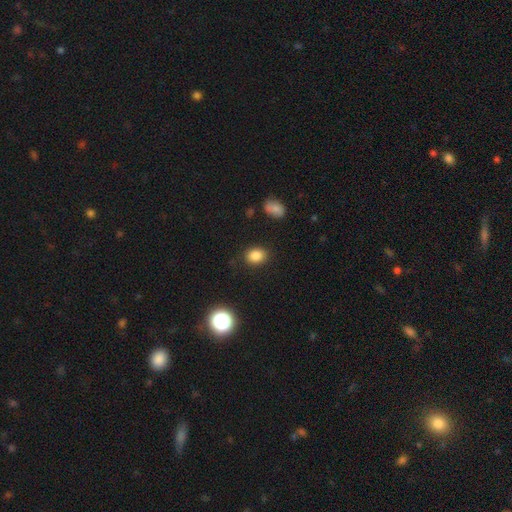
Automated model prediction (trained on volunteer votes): Smooth or featured? Predicted: smooth (p=0.84). How rounded? Predicted: in between (p=0.57). Merging? Predicted: none (p=0.86).